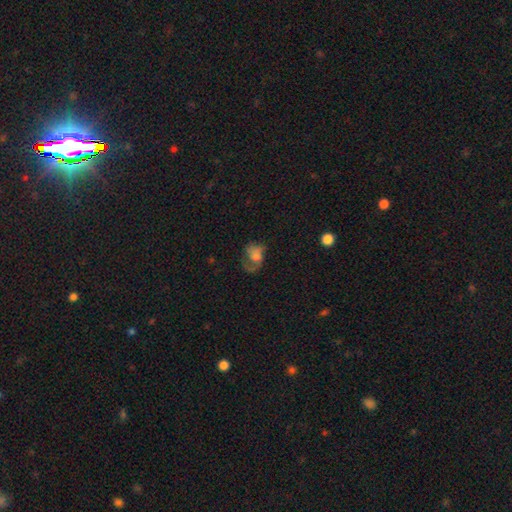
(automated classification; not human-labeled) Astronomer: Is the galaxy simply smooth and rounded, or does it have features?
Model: smooth — 45% (runner-up: featured or disk, 44%).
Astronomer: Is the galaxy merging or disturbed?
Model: major disturbance — 45% (runner-up: none, 31%).